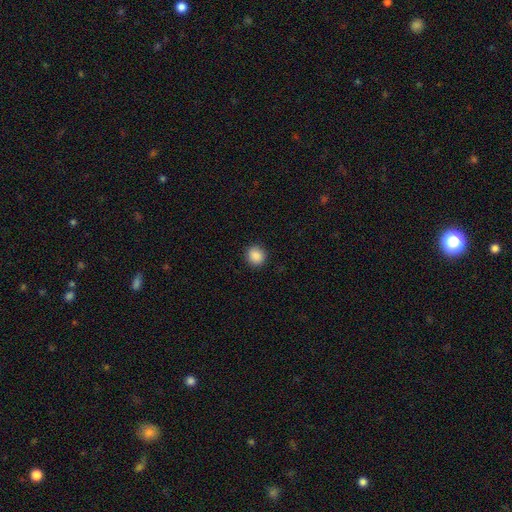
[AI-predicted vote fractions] The model was most divided on "how rounded": round: 86%, in between: 13%, cigar-shaped: 1%. More confident: merging — none (91%); smooth or featured — smooth (89%).